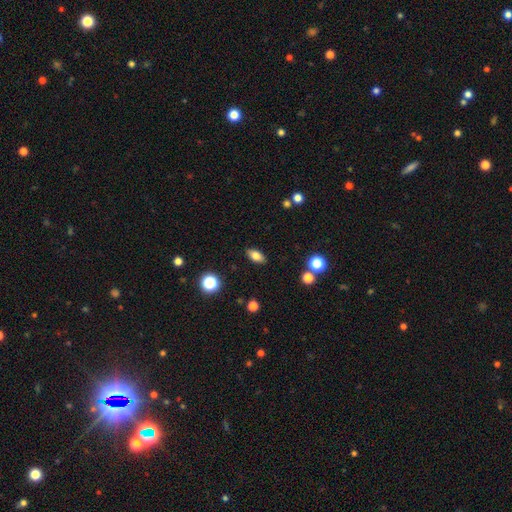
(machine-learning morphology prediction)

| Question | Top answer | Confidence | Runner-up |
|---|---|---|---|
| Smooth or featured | smooth | 80% | featured or disk (11%) |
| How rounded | in between | 87% | round (7%) |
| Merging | none | 88% | minor disturbance (9%) |